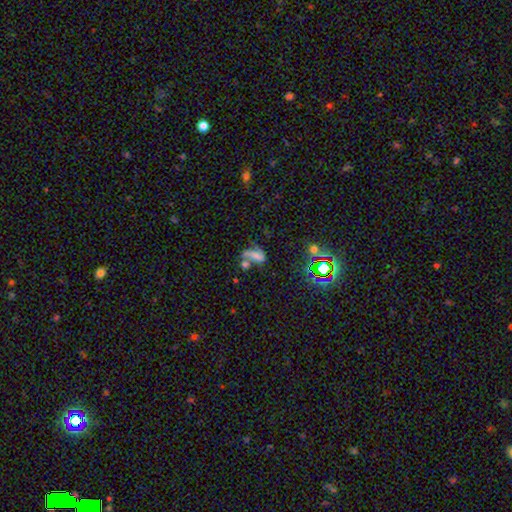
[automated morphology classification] Q: Smooth or featured?
A: smooth (51%); runner-up: featured or disk (26%)
Q: How rounded?
A: in between (73%); runner-up: cigar-shaped (15%)
Q: Merging?
A: merger (44%); runner-up: none (23%)